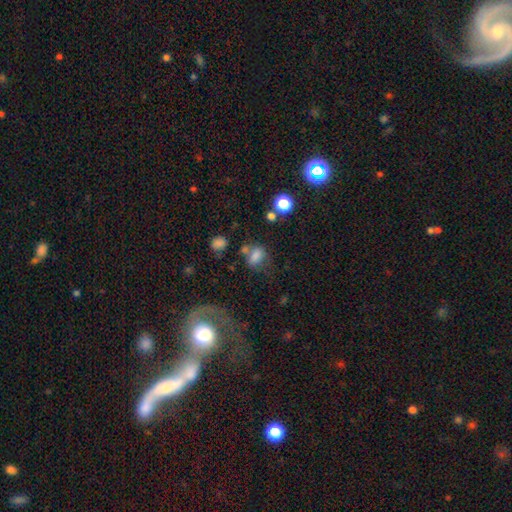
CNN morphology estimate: Smooth or featured? smooth (75%)
How rounded? in between (67%)
Merging? none (46%)